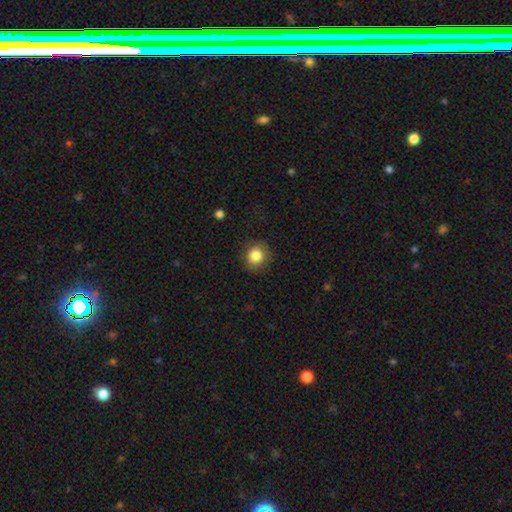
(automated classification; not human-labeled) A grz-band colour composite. It shows a smooth galaxy with no disk features (84%) that is round (83%). Merging: none (82%).